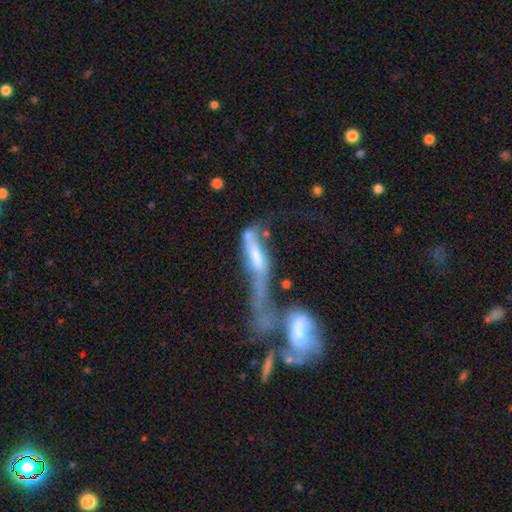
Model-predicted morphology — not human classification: featured or disk 56%, smooth 33%, star or artifact 11%. Down the decision tree: edge-on disk — no (66%); merging — merger (62%).